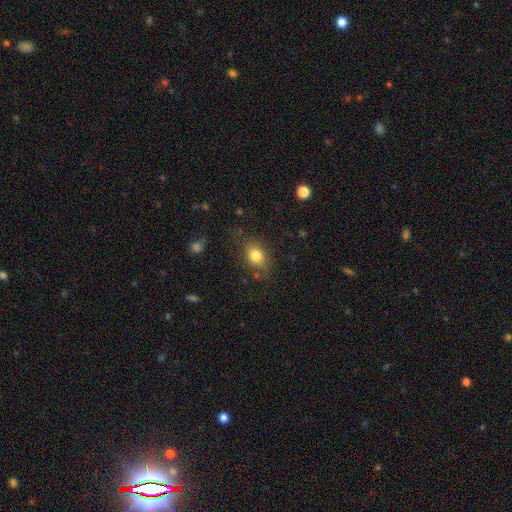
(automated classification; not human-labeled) The model was most divided on "how rounded": in between: 63%, round: 35%, cigar-shaped: 2%. More confident: smooth or featured — smooth (80%); merging — none (74%).